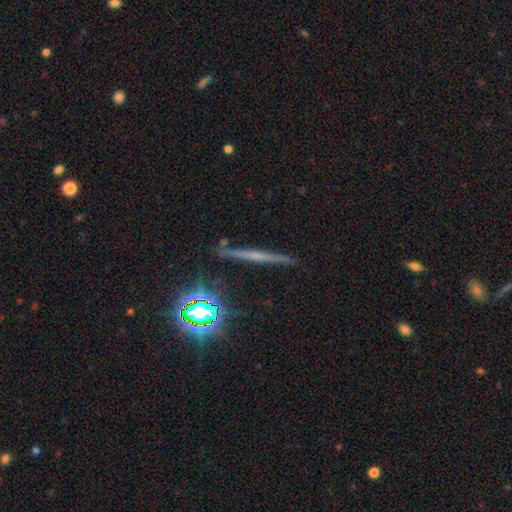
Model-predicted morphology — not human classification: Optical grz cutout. It shows a featured or disk galaxy (51%) viewed edge-on (95%). Merging: none (87%).